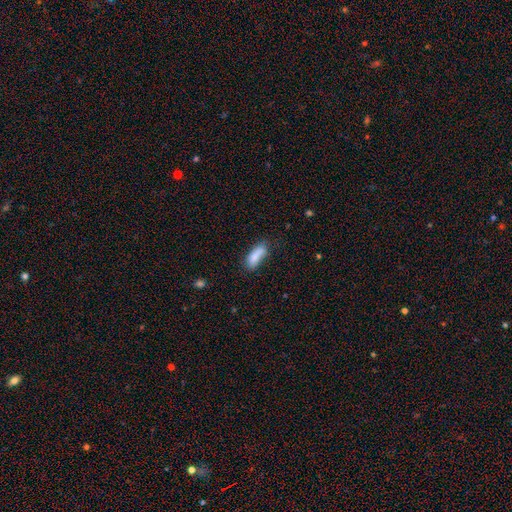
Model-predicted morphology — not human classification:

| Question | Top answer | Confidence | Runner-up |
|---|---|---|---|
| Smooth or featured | smooth | 82% | featured or disk (10%) |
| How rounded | in between | 66% | cigar-shaped (31%) |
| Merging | none | 52% | minor disturbance (27%) |